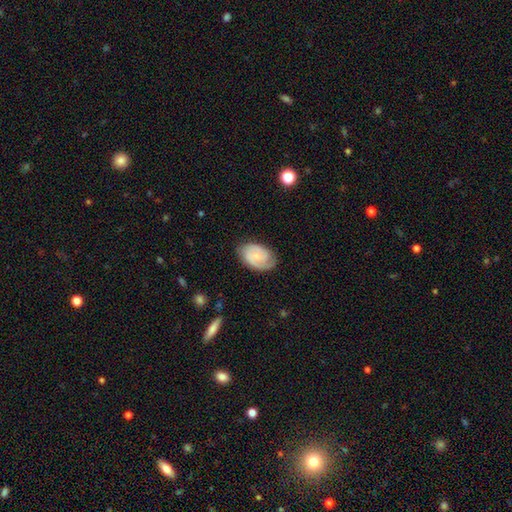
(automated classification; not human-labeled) Smooth or featured? featured or disk (64%)
Edge-on disk? no (97%)
Bar? no (62%)
Spiral arms? yes (93%)
Spiral winding? tight (57%)
Spiral arm count? 2 (52%)
Bulge size? small (64%)
Merging? none (72%)